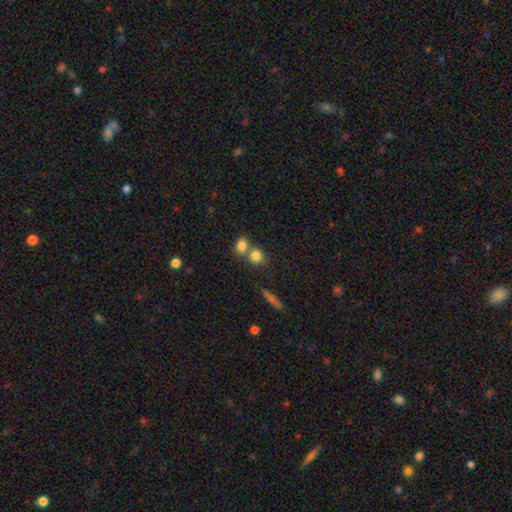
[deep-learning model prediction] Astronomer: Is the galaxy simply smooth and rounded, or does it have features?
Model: smooth — 81%.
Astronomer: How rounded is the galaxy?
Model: round — 65%.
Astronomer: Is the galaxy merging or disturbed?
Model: none — 45% (runner-up: merger, 44%).